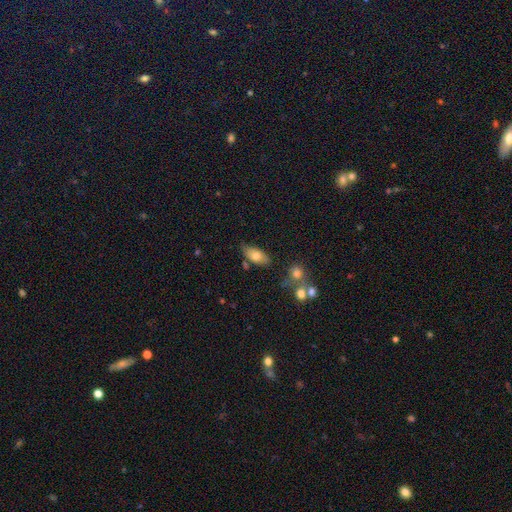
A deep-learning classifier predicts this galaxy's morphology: A smooth galaxy with no disk features (74%) that is in between round and cigar-shaped (89%).

Vote fractions:
- Smooth or featured? smooth: 74% / featured or disk: 18% / star or artifact: 8%
- How rounded? in between: 89% / cigar-shaped: 8% / round: 4%
- Merging? none: 66% / minor disturbance: 21% / merger: 8% / major disturbance: 5%